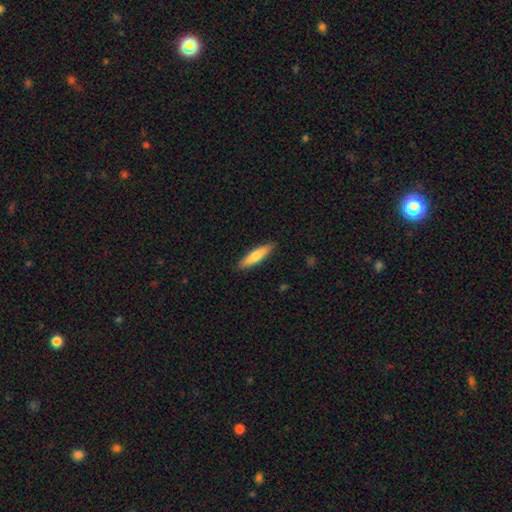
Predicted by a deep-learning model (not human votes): smooth 73%, featured or disk 22%, star or artifact 5%. Down the decision tree: how rounded — cigar-shaped (78%); merging — none (90%).